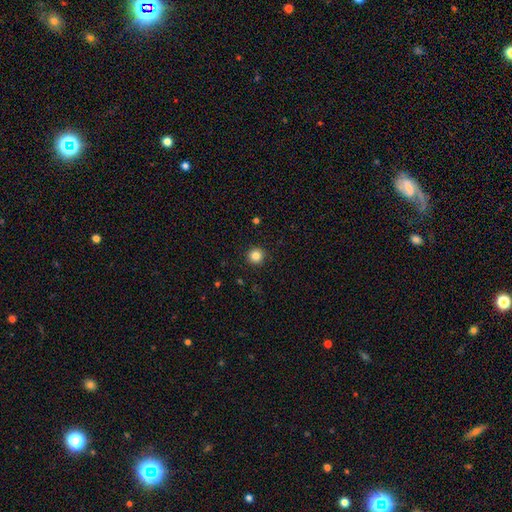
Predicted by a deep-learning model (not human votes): Smooth or featured? Predicted: smooth (p=0.84). How rounded? Predicted: round (p=0.96). Merging? Predicted: none (p=0.93).